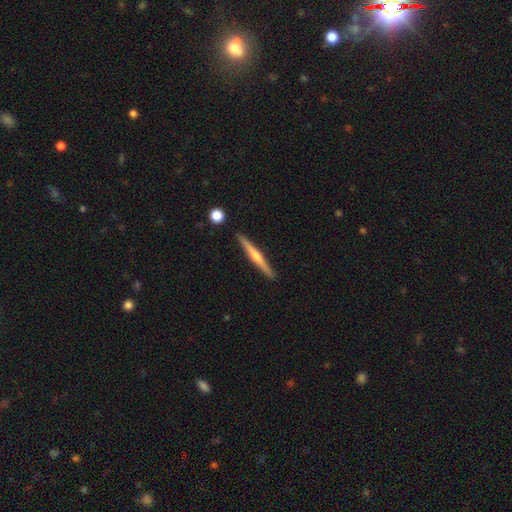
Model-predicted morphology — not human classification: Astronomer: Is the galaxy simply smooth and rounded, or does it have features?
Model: featured or disk — 66%.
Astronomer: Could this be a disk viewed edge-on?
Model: yes — 98%.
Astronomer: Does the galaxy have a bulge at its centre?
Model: rounded — 73%.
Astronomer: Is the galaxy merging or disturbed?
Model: none — 91%.